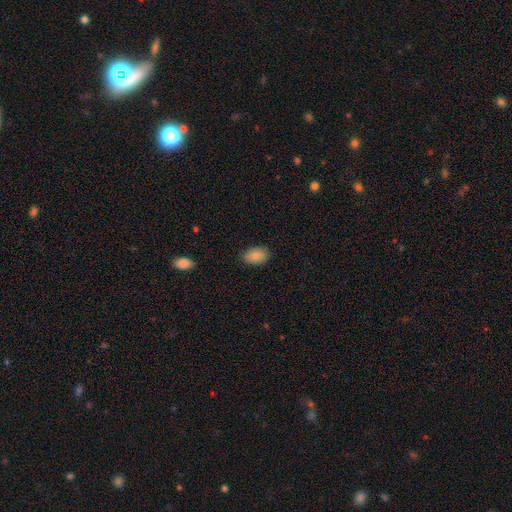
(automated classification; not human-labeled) smooth 85%, featured or disk 8%, star or artifact 8%. Down the decision tree: how rounded — in between (88%); merging — none (82%).